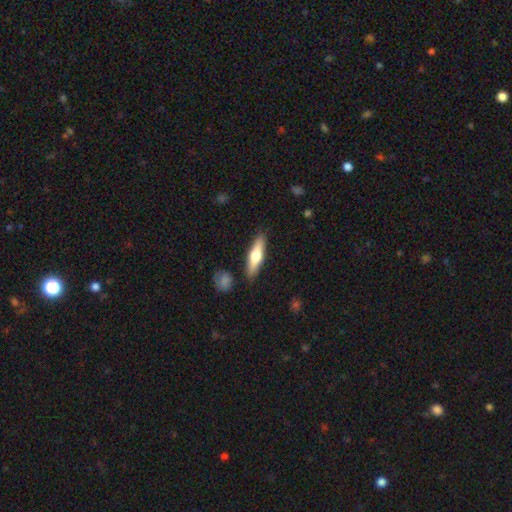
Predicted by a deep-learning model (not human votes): A smooth galaxy with no disk features (52%) that is cigar-shaped (69%). Merging: none (88%).